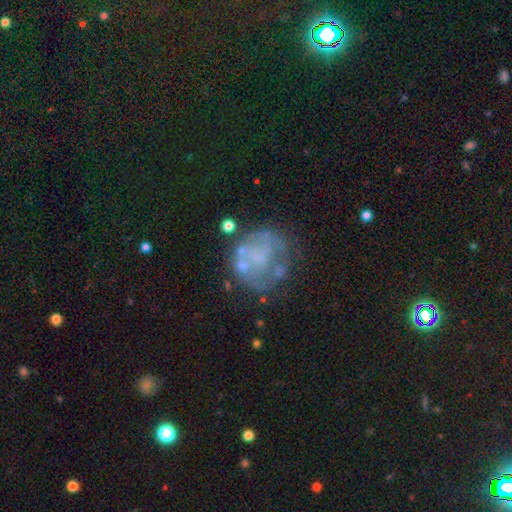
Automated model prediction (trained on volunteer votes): This is likely a featured or disk galaxy (62%). It is clearly not viewed edge-on (98%). Bar: clearly no (87%). Spiral arm pattern: likely no (77%). Central bulge: likely none (68%). Merging: possibly none (49%).